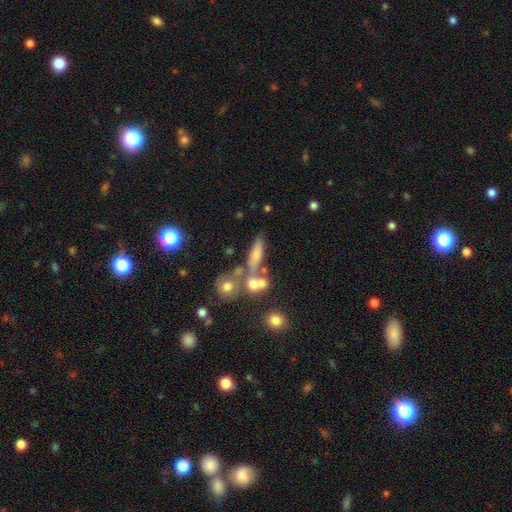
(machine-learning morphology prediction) Smooth or featured? smooth (61%)
How rounded? cigar-shaped (51%)
Merging? none (48%)